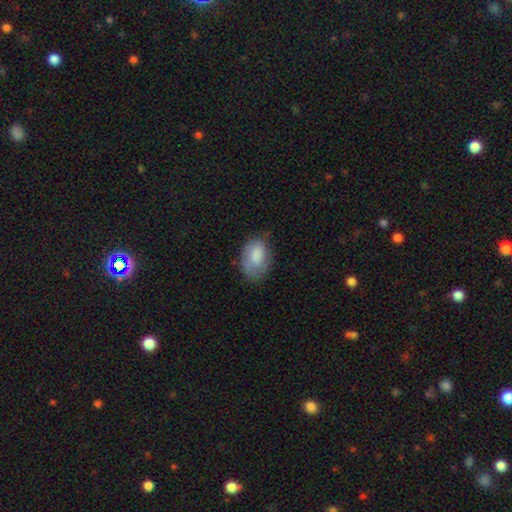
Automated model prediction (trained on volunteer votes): smooth 73%, featured or disk 20%, star or artifact 7%. Down the decision tree: how rounded — in between (85%); merging — none (56%).